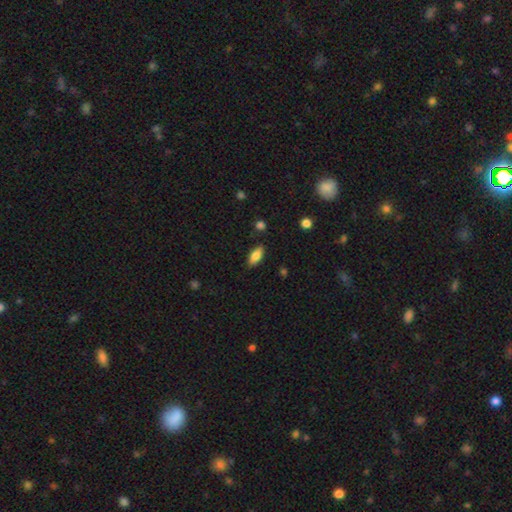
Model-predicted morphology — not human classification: Smooth or featured? Predicted: smooth (p=0.81). How rounded? Predicted: in between (p=0.83). Merging? Predicted: none (p=0.85).